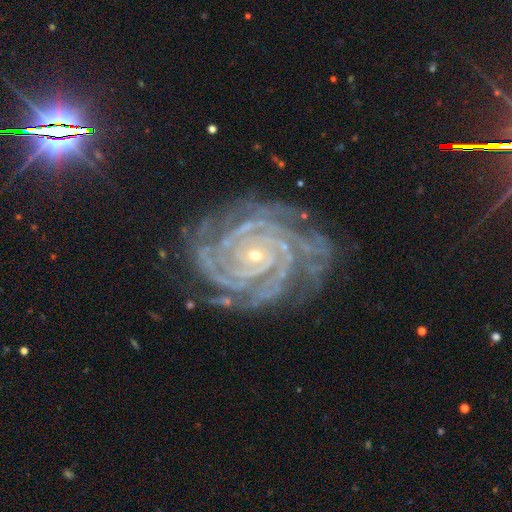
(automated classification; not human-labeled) featured or disk 92%, star or artifact 6%, smooth 3%. Down the decision tree: edge-on disk — no (98%); bar — no (72%); spiral arms — yes (99%); spiral arm count — 4 (26%); spiral winding — tight (84%); bulge size — small (78%); merging — none (75%).